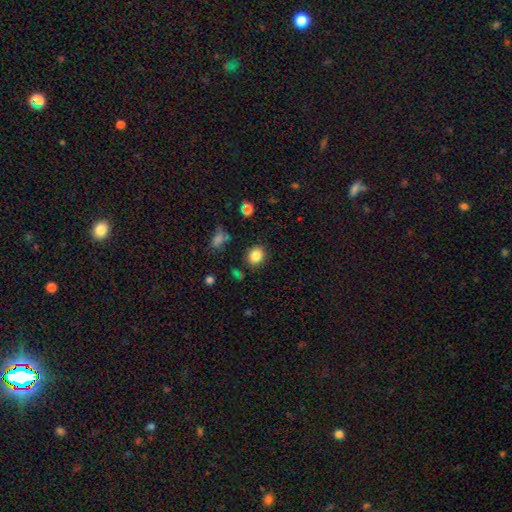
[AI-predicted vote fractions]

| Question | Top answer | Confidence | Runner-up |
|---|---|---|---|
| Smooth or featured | smooth | 84% | star or artifact (10%) |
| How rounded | round | 66% | in between (33%) |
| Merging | none | 84% | minor disturbance (10%) |